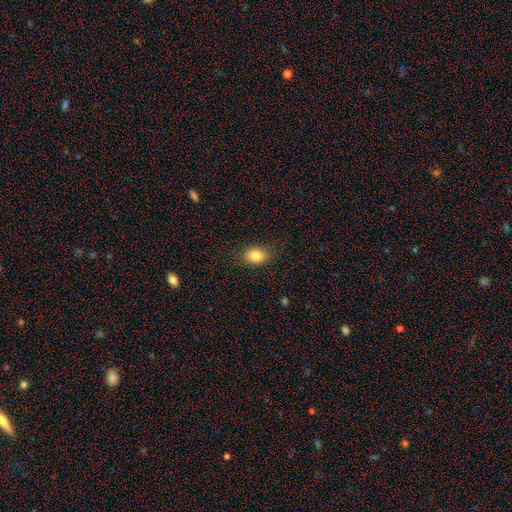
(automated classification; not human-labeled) Smooth or featured? smooth (83%)
How rounded? in between (71%)
Merging? none (86%)